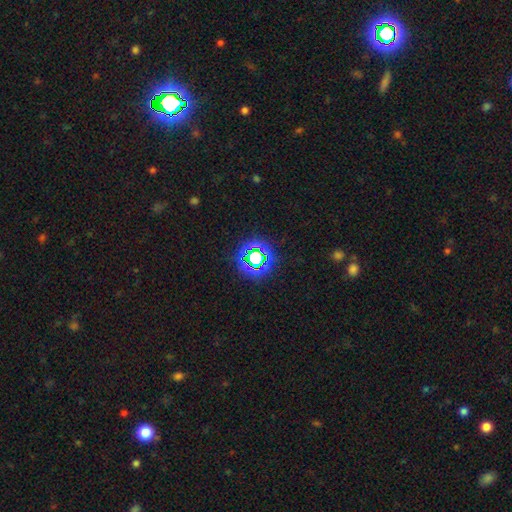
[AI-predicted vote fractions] This is likely a star or artifact rather than a galaxy (65%).